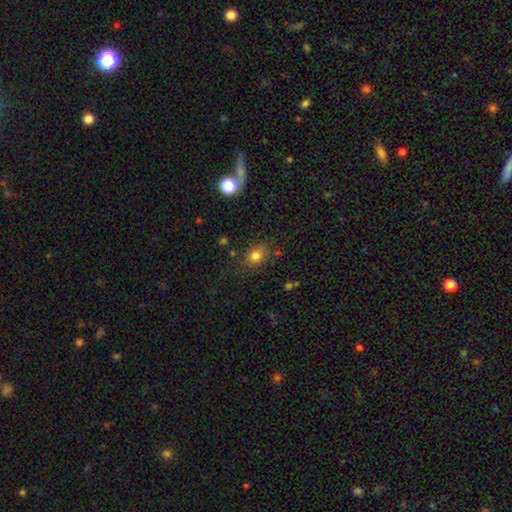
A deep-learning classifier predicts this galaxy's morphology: The model was most divided on "how rounded": in between: 62%, round: 37%, cigar-shaped: 1%. More confident: smooth or featured — smooth (79%); merging — none (78%).